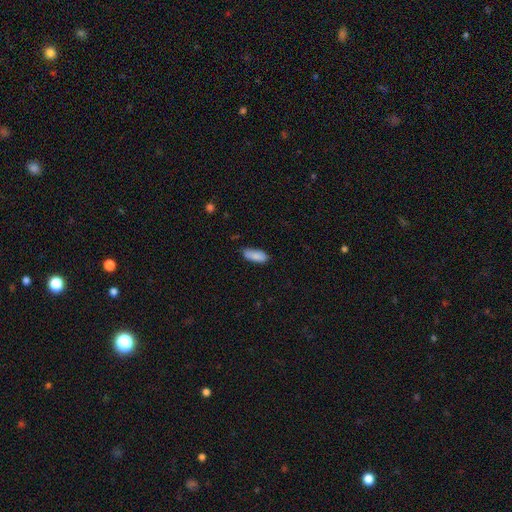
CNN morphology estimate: Smooth or featured? Predicted: smooth (p=0.88). How rounded? Predicted: in between (p=0.75). Merging? Predicted: none (p=0.80).